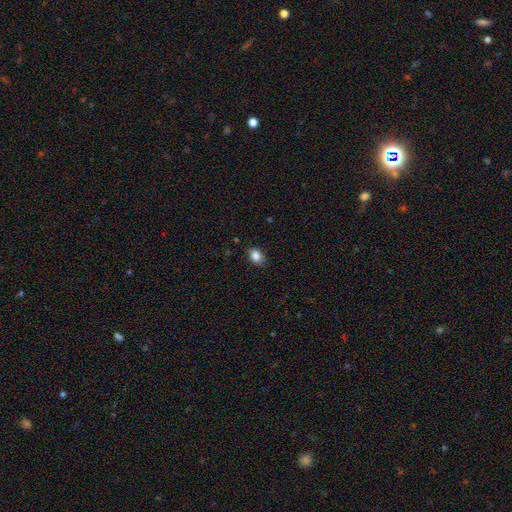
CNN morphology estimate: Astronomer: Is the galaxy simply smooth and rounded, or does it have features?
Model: smooth — 86%.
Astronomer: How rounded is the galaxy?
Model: in between — 76%.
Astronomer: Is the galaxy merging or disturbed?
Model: none — 82%.